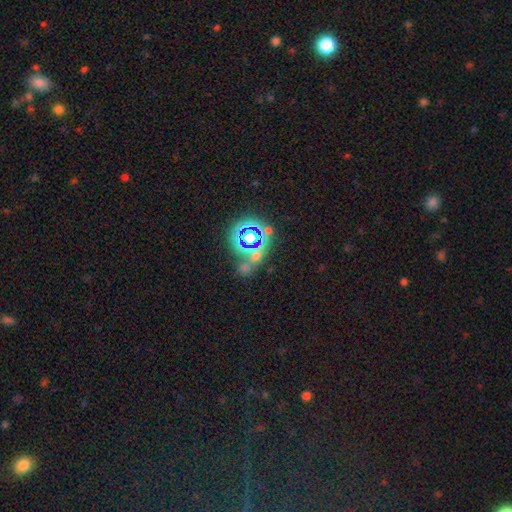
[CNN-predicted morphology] Q: Smooth or featured?
A: star or artifact (57%); runner-up: smooth (30%)